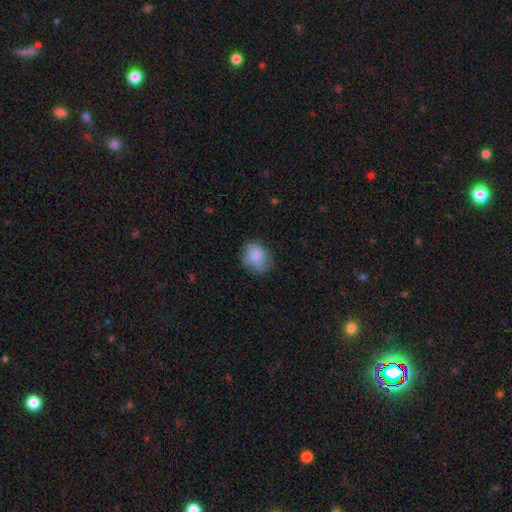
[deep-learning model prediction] Smooth or featured? smooth (82%)
How rounded? in between (54%)
Merging? none (66%)